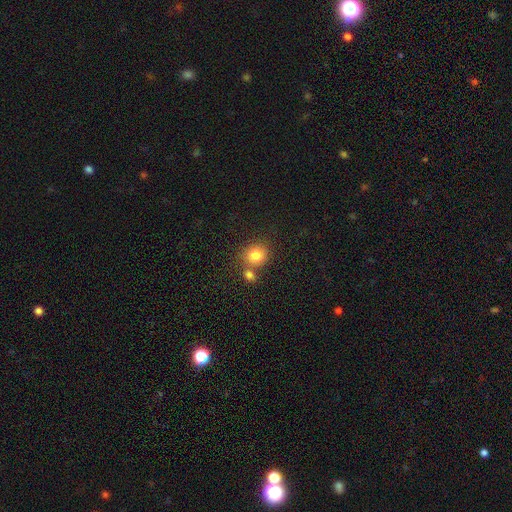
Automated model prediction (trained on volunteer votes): Smooth or featured? smooth (82%)
How rounded? round (81%)
Merging? none (57%)